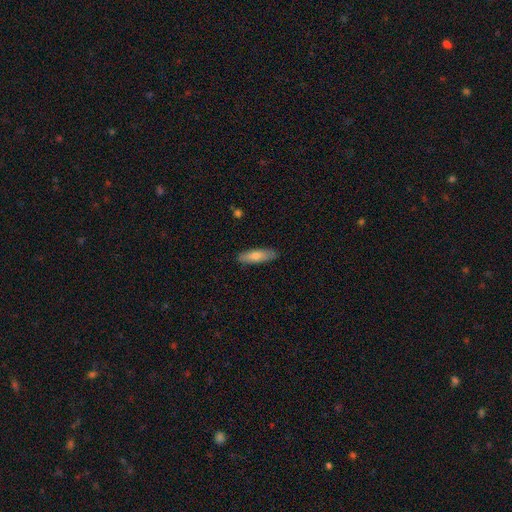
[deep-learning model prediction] A smooth galaxy with no disk features (73%) that is cigar-shaped (59%).

Vote fractions:
- Smooth or featured? smooth: 73% / featured or disk: 21% / star or artifact: 6%
- How rounded? cigar-shaped: 59% / in between: 39% / round: 2%
- Merging? none: 87% / minor disturbance: 10% / major disturbance: 2% / merger: 1%